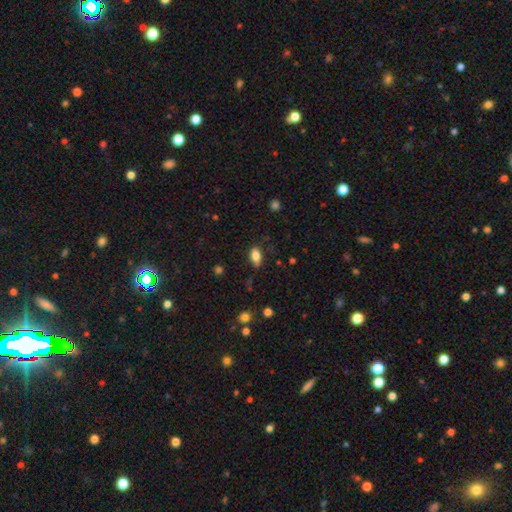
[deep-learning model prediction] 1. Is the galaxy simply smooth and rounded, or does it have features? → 84% smooth, 9% star or artifact, 7% featured or disk.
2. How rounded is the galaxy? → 89% in between, 6% round, 4% cigar-shaped.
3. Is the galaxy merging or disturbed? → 77% none, 17% minor disturbance, 4% major disturbance, 2% merger.